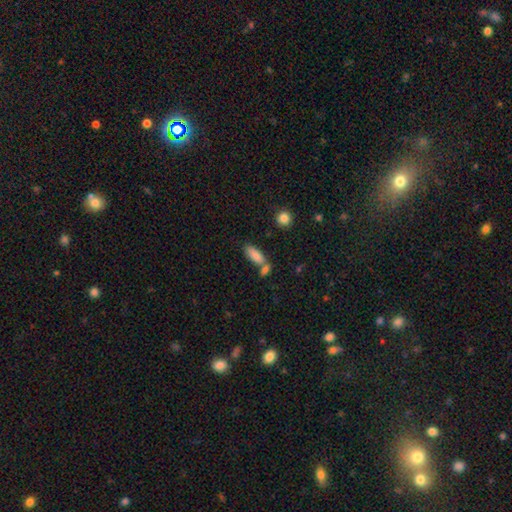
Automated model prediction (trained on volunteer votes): smooth_or_featured: smooth (p=0.84) [alt: featured or disk p=0.08]
how_rounded: in between (p=0.74) [alt: cigar-shaped p=0.24]
merging: none (p=0.47) [alt: merger p=0.36]